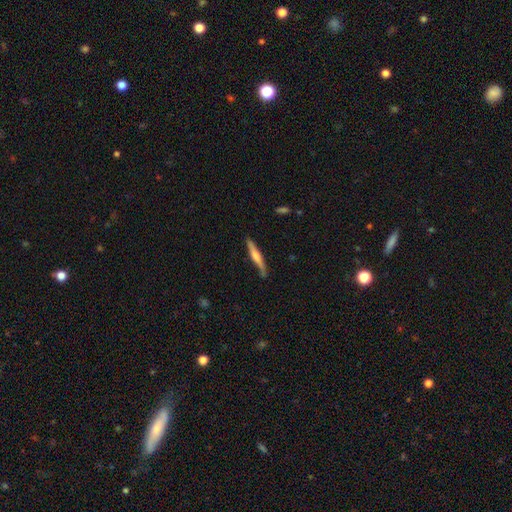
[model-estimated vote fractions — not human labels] A featured or disk galaxy (57%) viewed edge-on (95%) with a rounded central bulge (72%).

Vote fractions:
- Smooth or featured? featured or disk: 57% / smooth: 38% / star or artifact: 5%
- Edge-on disk? yes: 95% / no: 5%
- Edge-on bulge? rounded: 72% / boxy: 15% / none: 14%
- Merging? none: 80% / minor disturbance: 15% / major disturbance: 3% / merger: 2%